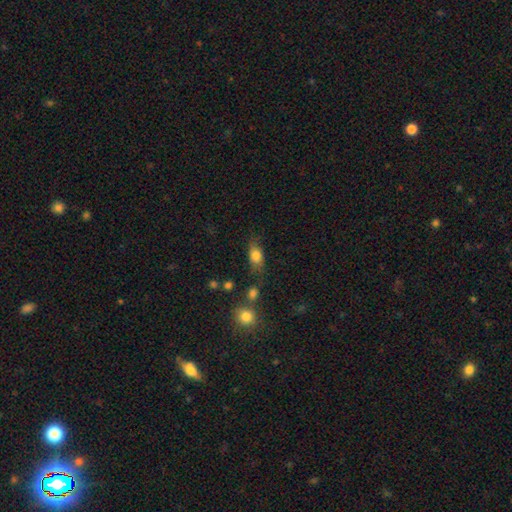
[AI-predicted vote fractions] Smooth or featured? smooth (79%)
How rounded? in between (79%)
Merging? none (65%)